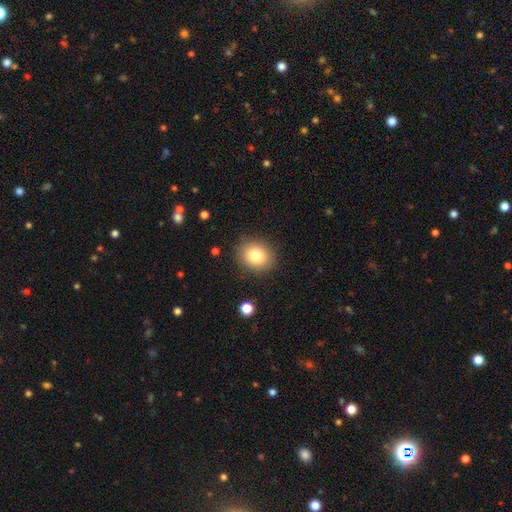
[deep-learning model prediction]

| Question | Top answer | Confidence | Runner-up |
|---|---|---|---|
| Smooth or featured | smooth | 83% | star or artifact (9%) |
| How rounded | round | 57% | in between (42%) |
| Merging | none | 86% | minor disturbance (10%) |